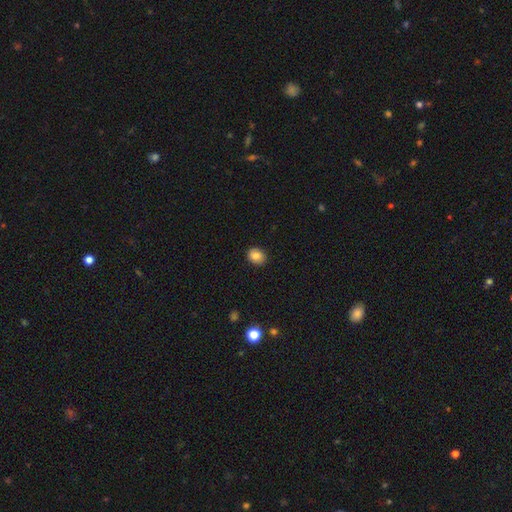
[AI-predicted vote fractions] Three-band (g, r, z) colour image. It shows a smooth galaxy with no disk features (84%) that is round (59%). Merging: none (89%).